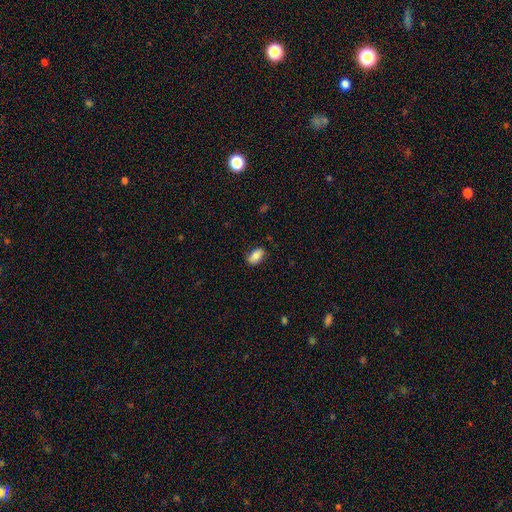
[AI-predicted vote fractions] Morphology: type=smooth (81%); roundness=in between (92%); merging=none (81%).